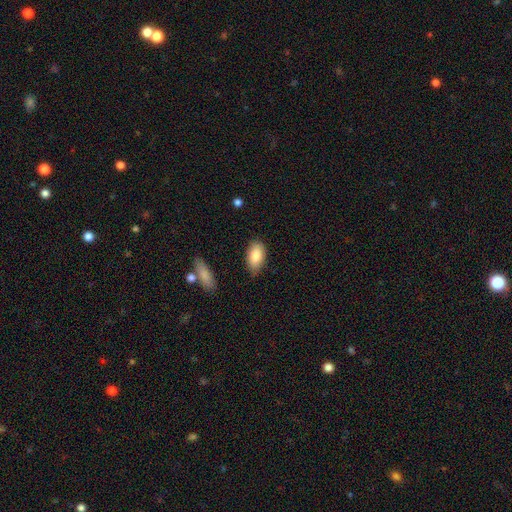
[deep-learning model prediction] This is clearly a smooth galaxy (86%). How rounded: clearly in between (92%). Merging: likely none (75%).